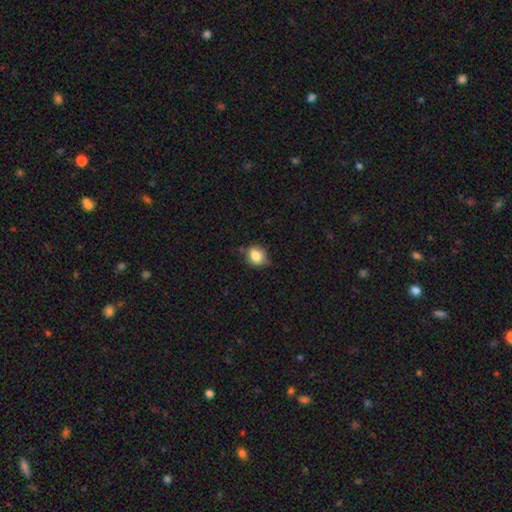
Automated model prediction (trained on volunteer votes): Smooth or featured? Predicted: smooth (p=0.80). How rounded? Predicted: round (p=0.66). Merging? Predicted: none (p=0.62).